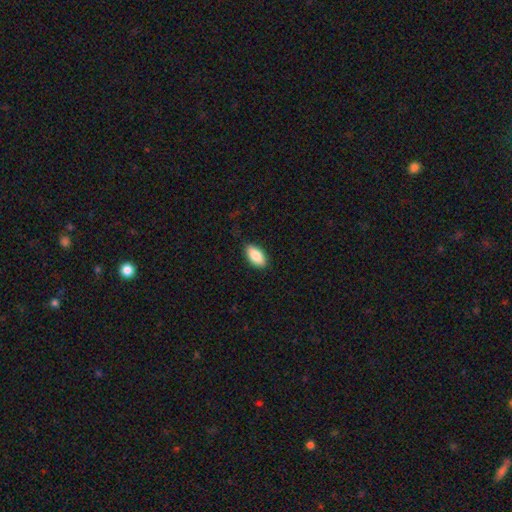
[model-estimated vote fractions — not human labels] A smooth galaxy with no disk features (87%) that is in between round and cigar-shaped (91%).

Vote fractions:
- Smooth or featured? smooth: 87% / featured or disk: 7% / star or artifact: 6%
- How rounded? in between: 91% / cigar-shaped: 6% / round: 3%
- Merging? none: 87% / minor disturbance: 10% / major disturbance: 2% / merger: 1%